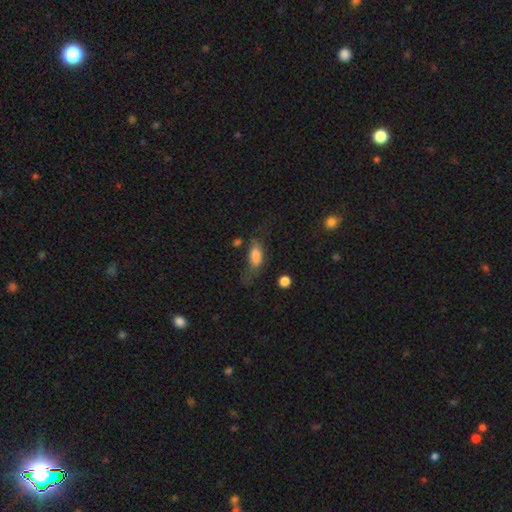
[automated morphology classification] The model was most divided on "merging": none: 36%, major disturbance: 31%, minor disturbance: 28%, merger: 5%. More confident: how rounded — in between (80%); smooth or featured — smooth (76%).